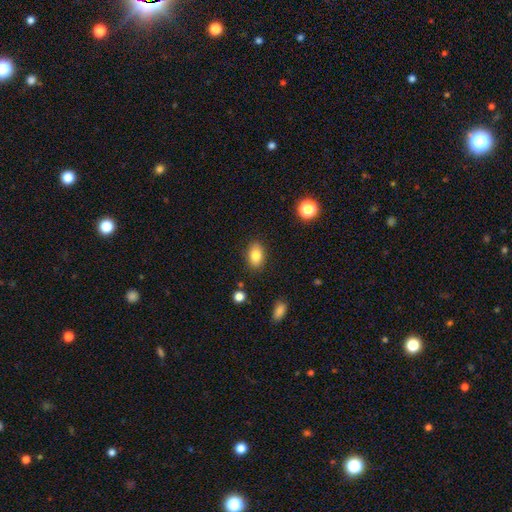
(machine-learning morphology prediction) This appears to be a smooth galaxy with no disk features (83%) that is in between round and cigar-shaped (85%). Merging: none (86%).